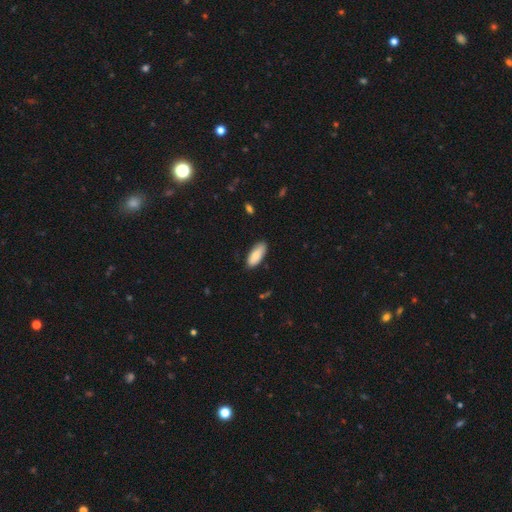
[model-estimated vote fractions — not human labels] Overall: smooth (87%). How rounded: in between (83%). Merging: none (83%).